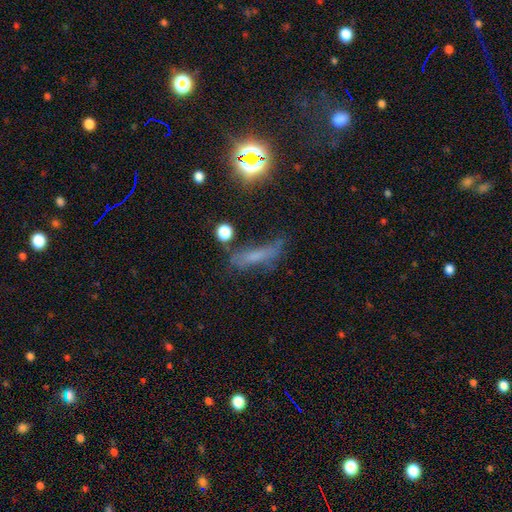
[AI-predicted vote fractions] Smooth or featured? smooth (45%)
Merging? none (46%)